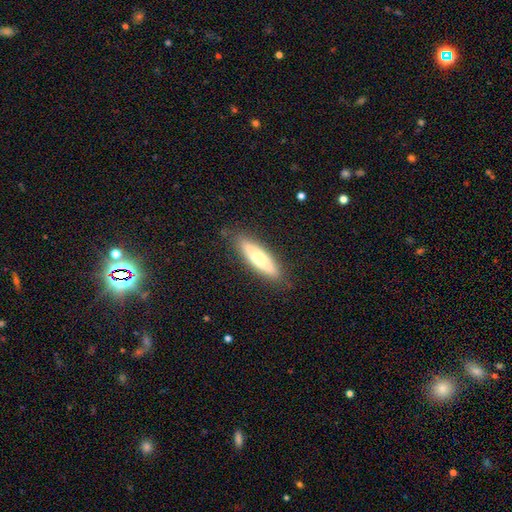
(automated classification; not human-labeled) A smooth galaxy with no disk features (59%) that is cigar-shaped (61%).

Vote fractions:
- Smooth or featured? smooth: 59% / featured or disk: 34% / star or artifact: 7%
- How rounded? cigar-shaped: 61% / in between: 37% / round: 2%
- Merging? none: 85% / minor disturbance: 11% / major disturbance: 3% / merger: 1%